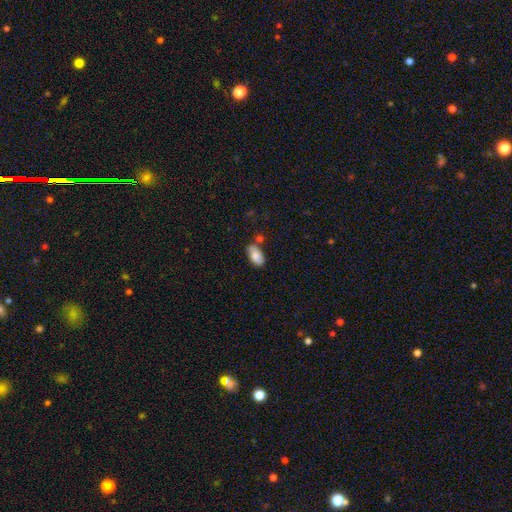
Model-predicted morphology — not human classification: A smooth galaxy with no disk features (83%) that is in between round and cigar-shaped (94%).

Vote fractions:
- Smooth or featured? smooth: 83% / featured or disk: 10% / star or artifact: 7%
- How rounded? in between: 94% / round: 3% / cigar-shaped: 3%
- Merging? none: 67% / minor disturbance: 19% / merger: 10% / major disturbance: 4%